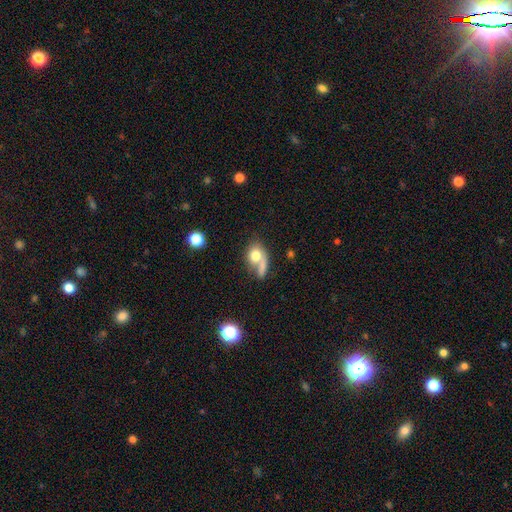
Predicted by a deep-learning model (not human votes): Smooth or featured?
  - smooth: 71% *
  - featured or disk: 20%
  - star or artifact: 9%
How rounded?
  - in between: 52% *
  - round: 44%
  - cigar-shaped: 4%
Merging?
  - merger: 37% *
  - none: 35%
  - major disturbance: 15%
  - minor disturbance: 13%